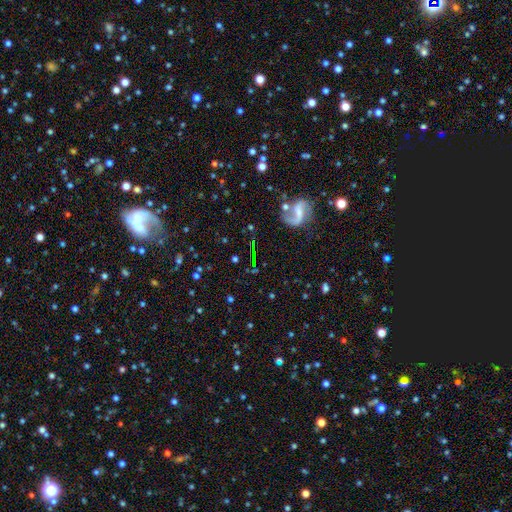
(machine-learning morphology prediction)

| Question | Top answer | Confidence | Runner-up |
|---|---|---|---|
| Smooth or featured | featured or disk | 48% | smooth (27%) |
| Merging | none | 71% | minor disturbance (12%) |